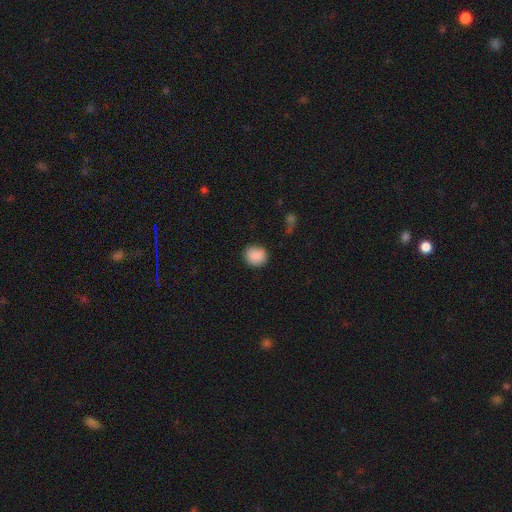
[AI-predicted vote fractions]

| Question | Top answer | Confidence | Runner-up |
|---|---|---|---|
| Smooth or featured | smooth | 88% | star or artifact (7%) |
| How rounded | round | 81% | in between (18%) |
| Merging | none | 86% | minor disturbance (10%) |